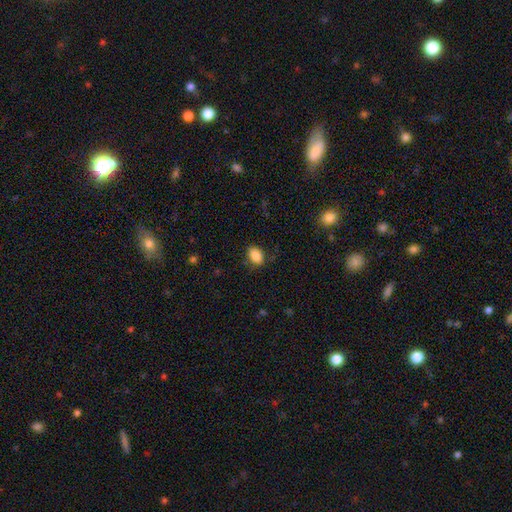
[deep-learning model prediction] This is clearly a smooth galaxy (88%). How rounded: clearly in between (85%). Merging: clearly none (81%).